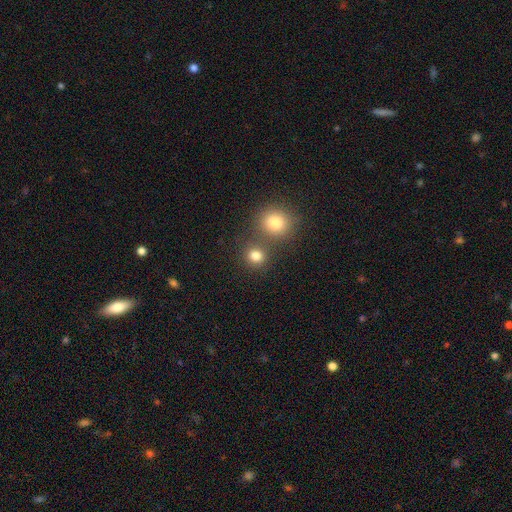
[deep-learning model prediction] A smooth galaxy with no disk features (81%) that is round (87%). Merging: none (67%).